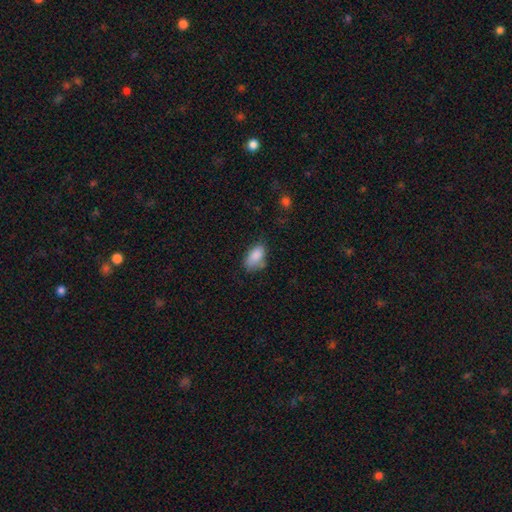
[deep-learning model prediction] The model was most divided on "merging": none: 57%, minor disturbance: 29%, major disturbance: 8%, merger: 6%. More confident: how rounded — in between (92%); smooth or featured — smooth (86%).